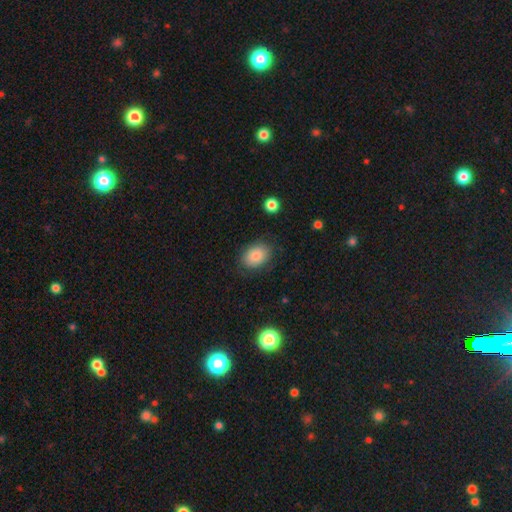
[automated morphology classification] Smooth or featured? Predicted: smooth (p=0.83). How rounded? Predicted: in between (p=0.79). Merging? Predicted: none (p=0.80).